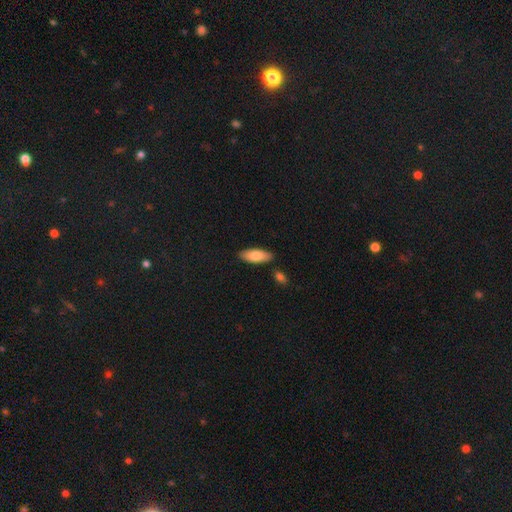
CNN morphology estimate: type=smooth (80%); roundness=in between (76%); merging=none (85%).